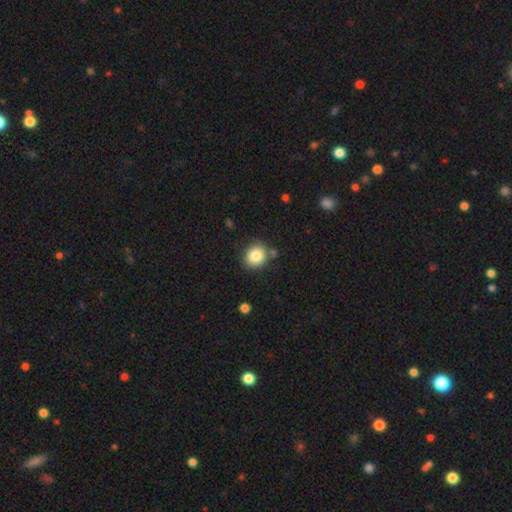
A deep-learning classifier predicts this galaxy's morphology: This is clearly a smooth galaxy (84%). How rounded: likely round (71%). Merging: likely none (80%).